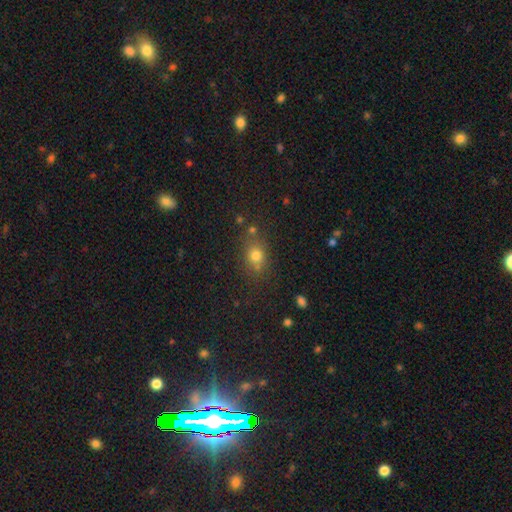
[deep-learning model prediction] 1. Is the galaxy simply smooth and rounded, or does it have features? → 73% smooth, 17% star or artifact, 10% featured or disk.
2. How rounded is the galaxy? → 57% round, 41% in between, 2% cigar-shaped.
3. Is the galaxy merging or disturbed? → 70% none, 15% minor disturbance, 10% merger, 5% major disturbance.